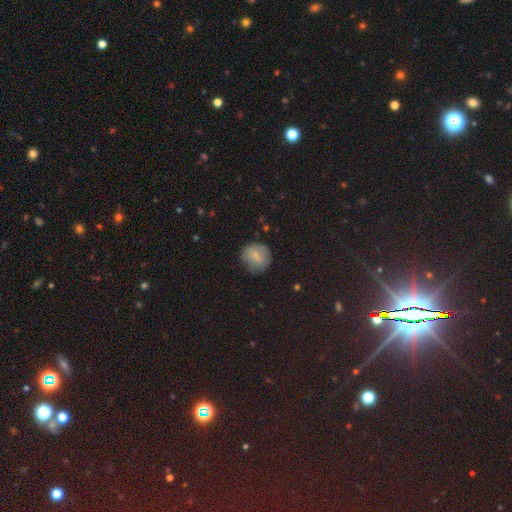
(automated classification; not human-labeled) Q: Smooth or featured?
A: smooth (75%); runner-up: featured or disk (15%)
Q: How rounded?
A: round (84%); runner-up: in between (15%)
Q: Merging?
A: none (72%); runner-up: minor disturbance (20%)